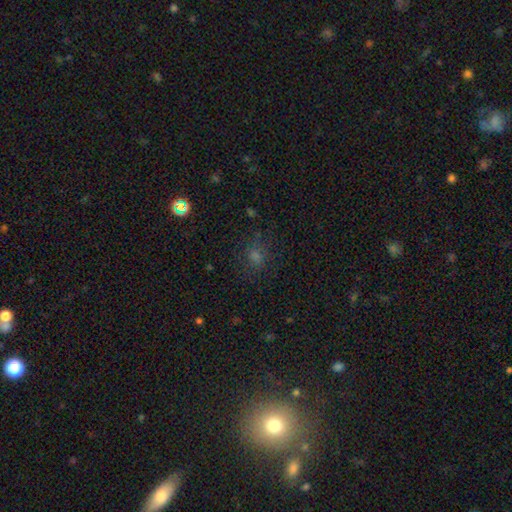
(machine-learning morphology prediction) Smooth or featured? Predicted: smooth (p=0.47). Merging? Predicted: none (p=0.77).